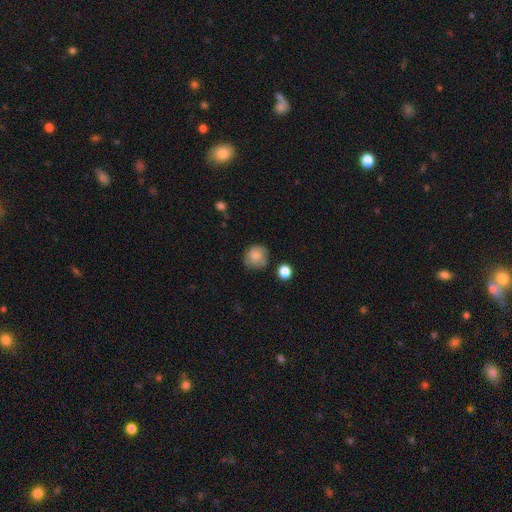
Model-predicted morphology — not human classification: This is clearly a smooth galaxy (80%). How rounded: clearly round (85%). Merging: likely none (68%).